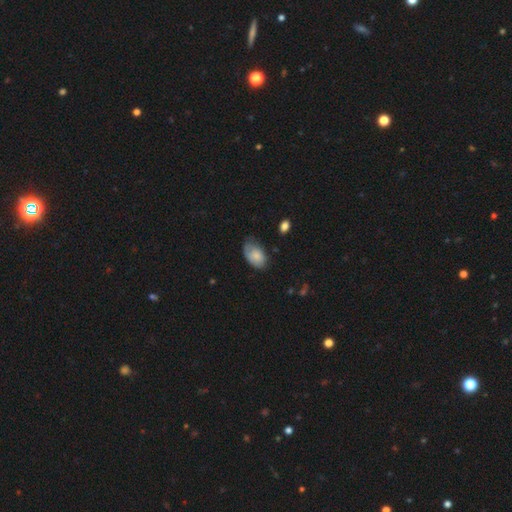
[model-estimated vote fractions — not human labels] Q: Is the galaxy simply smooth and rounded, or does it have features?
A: smooth — 77%.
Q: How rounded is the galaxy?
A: in between — 91%.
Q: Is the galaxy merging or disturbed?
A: none — 50%.